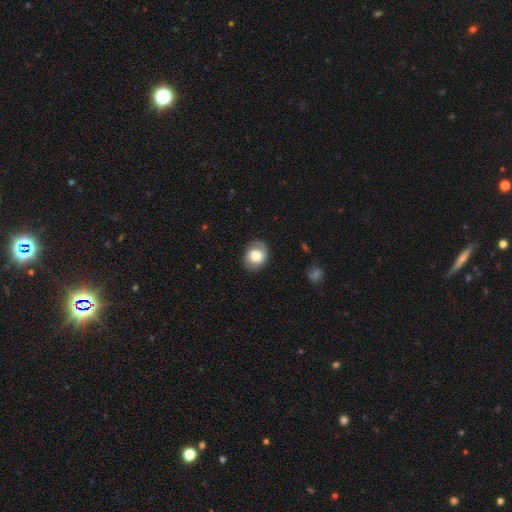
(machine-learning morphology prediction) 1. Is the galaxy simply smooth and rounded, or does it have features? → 73% smooth, 19% featured or disk, 8% star or artifact.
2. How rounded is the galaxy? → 55% round, 44% in between, 1% cigar-shaped.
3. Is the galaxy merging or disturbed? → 73% none, 19% minor disturbance, 6% major disturbance, 1% merger.